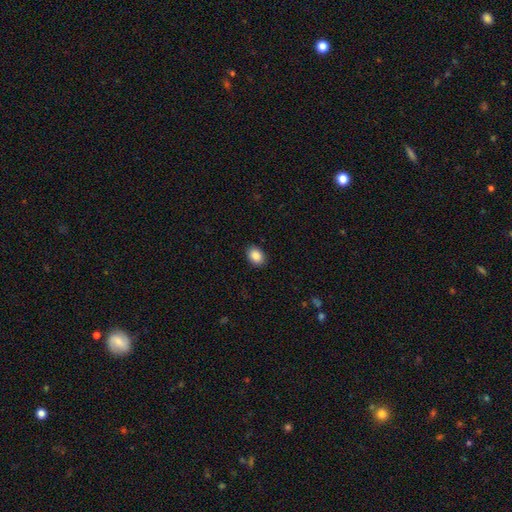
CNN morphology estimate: This is clearly a smooth galaxy (89%). How rounded: likely in between (70%). Merging: clearly none (89%).